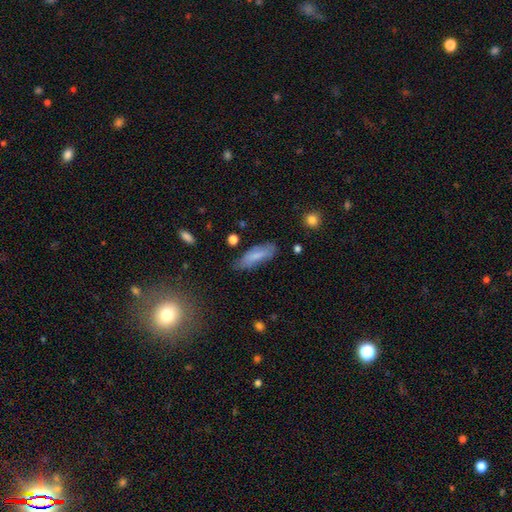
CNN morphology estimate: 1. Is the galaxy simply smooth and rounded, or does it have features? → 72% smooth, 21% featured or disk, 7% star or artifact.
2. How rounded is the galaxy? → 56% in between, 43% cigar-shaped, 2% round.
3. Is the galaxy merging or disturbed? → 72% none, 21% minor disturbance, 5% major disturbance, 2% merger.